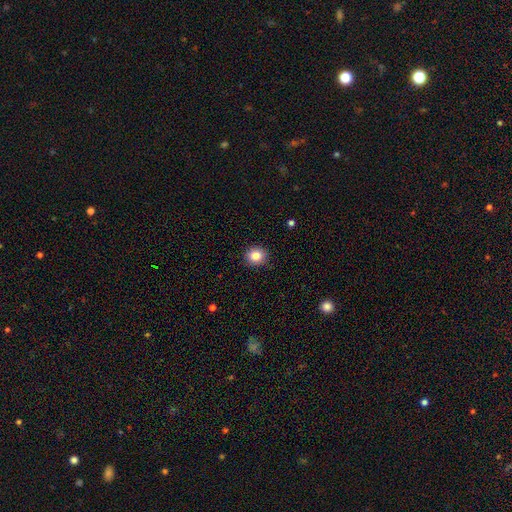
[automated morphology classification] Smooth or featured: smooth — 85% (star or artifact — 10%)
How rounded: round — 78% (in between — 21%)
Merging: none — 89% (minor disturbance — 8%)